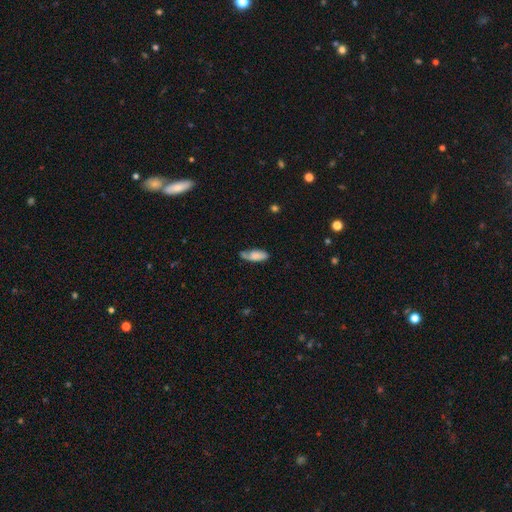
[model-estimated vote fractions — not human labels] Q: Smooth or featured?
A: smooth (73%); runner-up: featured or disk (19%)
Q: How rounded?
A: in between (78%); runner-up: cigar-shaped (20%)
Q: Merging?
A: none (46%); runner-up: minor disturbance (32%)